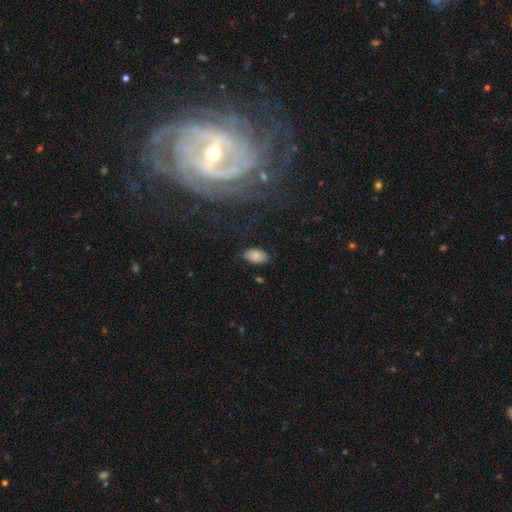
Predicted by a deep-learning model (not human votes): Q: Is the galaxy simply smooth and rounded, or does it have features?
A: smooth — 80%.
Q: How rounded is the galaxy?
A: in between — 94%.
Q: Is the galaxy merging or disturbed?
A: none — 76%.